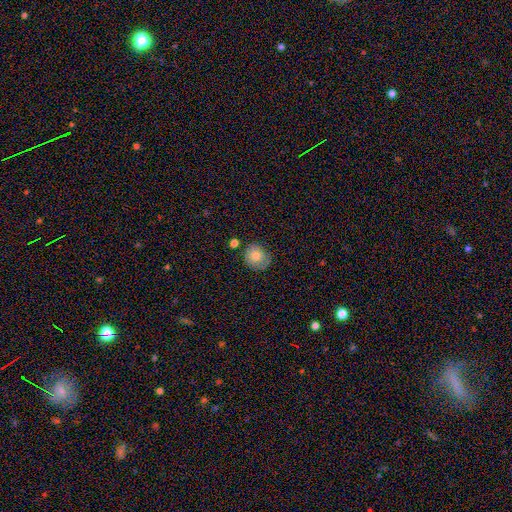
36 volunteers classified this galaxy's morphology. This appears to be a smooth galaxy with no disk features (81%) that is round (97%). Merging: none (54%).